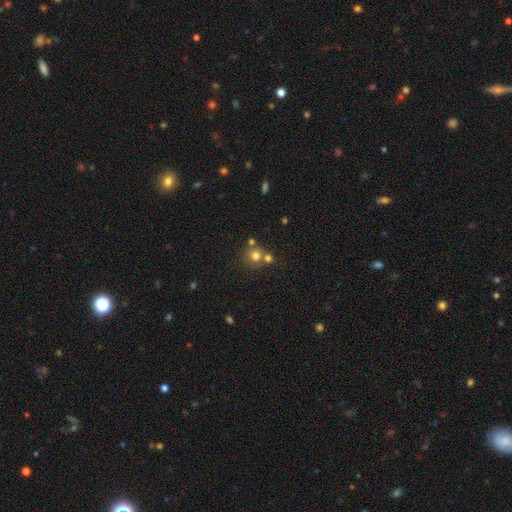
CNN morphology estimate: smooth 73%, star or artifact 16%, featured or disk 12%. Down the decision tree: how rounded — round (88%); merging — none (56%).